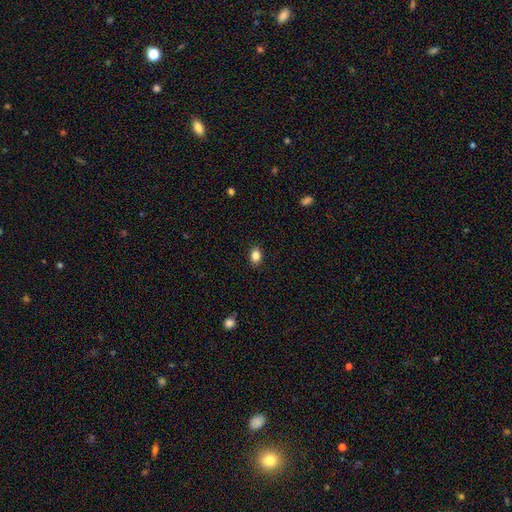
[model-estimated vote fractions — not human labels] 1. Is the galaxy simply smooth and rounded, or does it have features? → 85% smooth, 10% star or artifact, 5% featured or disk.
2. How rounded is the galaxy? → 71% in between, 28% round, 1% cigar-shaped.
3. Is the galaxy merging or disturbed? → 89% none, 8% minor disturbance, 2% major disturbance, 1% merger.